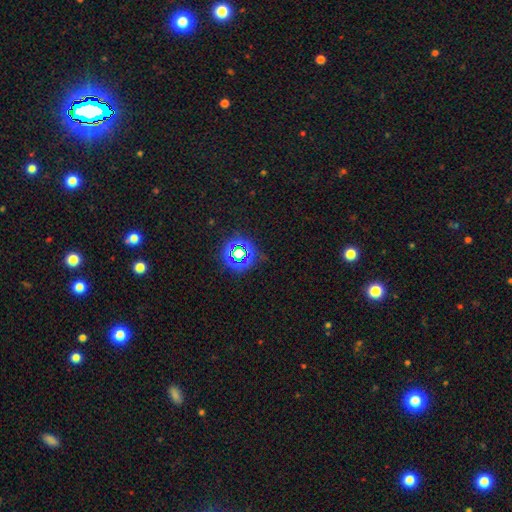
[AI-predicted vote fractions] This appears to be a star or artifact, not a galaxy (67%).